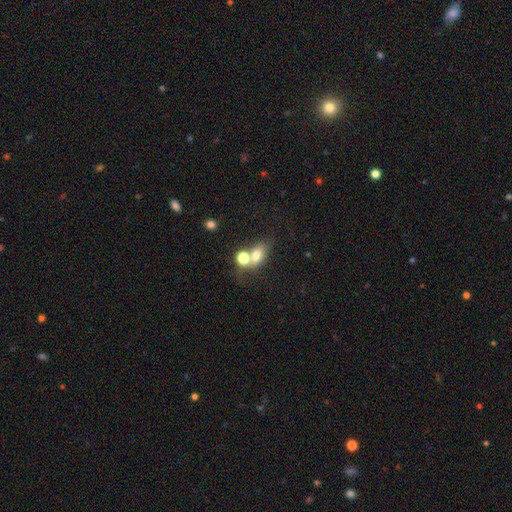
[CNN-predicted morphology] Smooth or featured: smooth — 71% (featured or disk — 16%)
How rounded: in between — 62% (round — 35%)
Merging: merger — 41% (none — 40%)